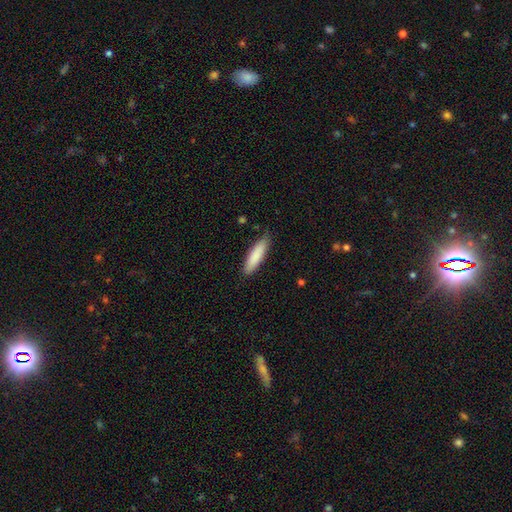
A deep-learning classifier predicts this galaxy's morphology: A smooth galaxy with no disk features (86%) that is cigar-shaped (67%).

Vote fractions:
- Smooth or featured? smooth: 86% / featured or disk: 9% / star or artifact: 5%
- How rounded? cigar-shaped: 67% / in between: 32% / round: 1%
- Merging? none: 83% / minor disturbance: 14% / major disturbance: 2% / merger: 1%